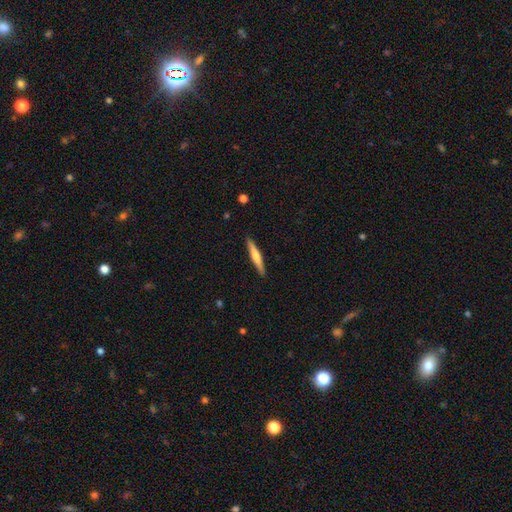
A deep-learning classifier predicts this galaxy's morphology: The model was most divided on "smooth or featured": smooth: 52%, featured or disk: 43%, star or artifact: 5%. More confident: how rounded — cigar-shaped (93%); merging — none (91%).